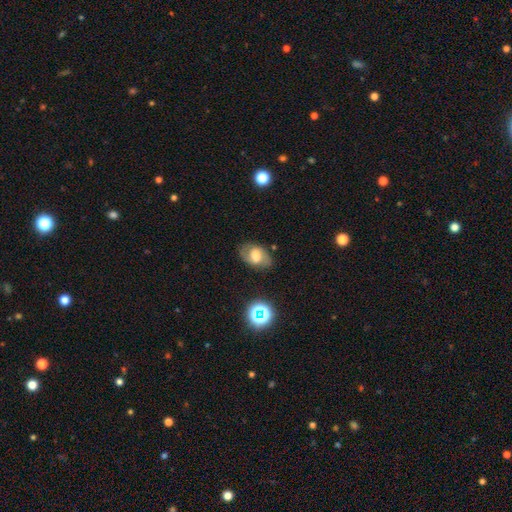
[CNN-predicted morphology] This appears to be a featured or disk galaxy (48%). Merging: none (77%).